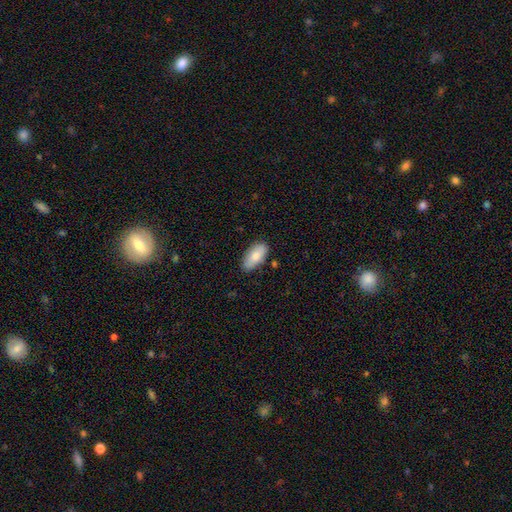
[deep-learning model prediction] Morphology: type=smooth (84%); roundness=in between (91%); merging=none (79%).